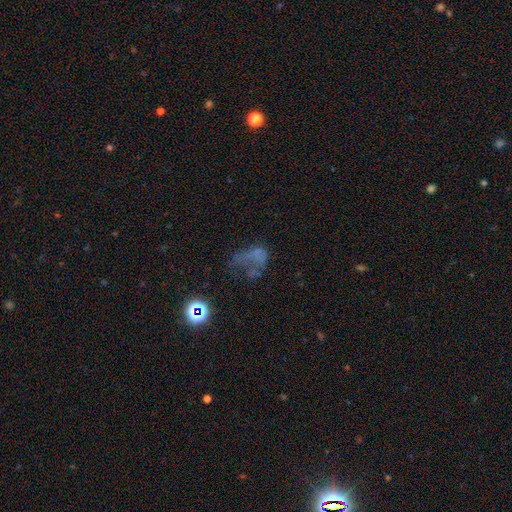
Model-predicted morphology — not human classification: Smooth or featured?
  - smooth: 37% * (tied)
  - featured or disk: 37% * (tied)
  - star or artifact: 27%
Merging?
  - major disturbance: 44% *
  - none: 26%
  - minor disturbance: 16%
  - merger: 13%